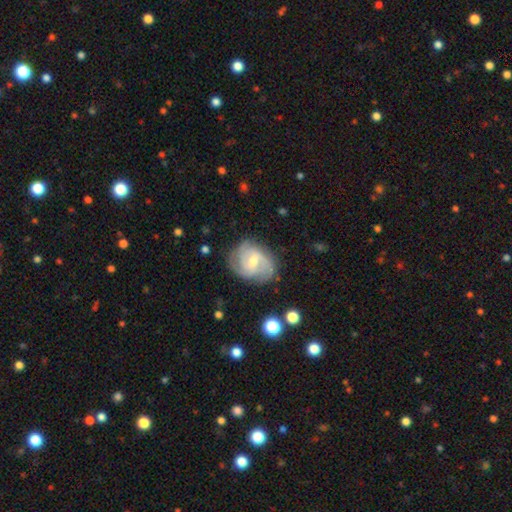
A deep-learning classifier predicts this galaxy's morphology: Smooth or featured: featured or disk — 78% (smooth — 16%)
Edge-on disk: no — 97% (yes — 3%)
Bar: weak — 55% (no — 32%)
Spiral arms: yes — 93% (no — 7%)
Spiral winding: tight — 45% (medium — 42%)
Spiral arm count: 2 — 37% (3 — 27%)
Bulge size: moderate — 53% (small — 40%)
Merging: none — 66% (minor disturbance — 23%)